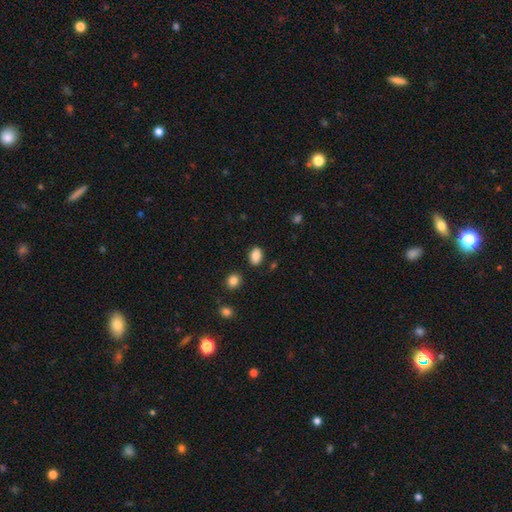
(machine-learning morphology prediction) Smooth or featured? smooth (88%)
How rounded? in between (83%)
Merging? none (84%)